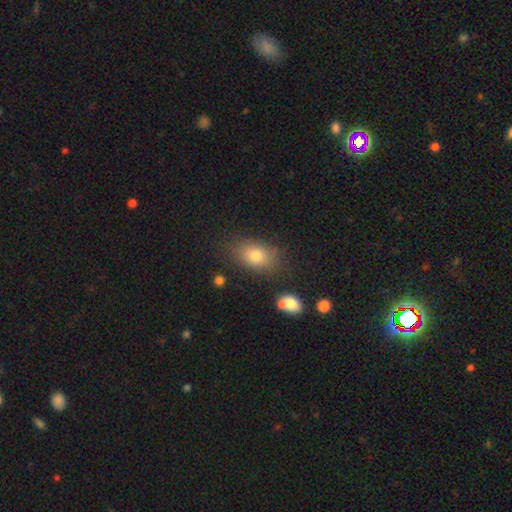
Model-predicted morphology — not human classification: The model was most divided on "merging": none: 77%, minor disturbance: 15%, major disturbance: 5%, merger: 4%. More confident: how rounded — in between (82%); smooth or featured — smooth (77%).